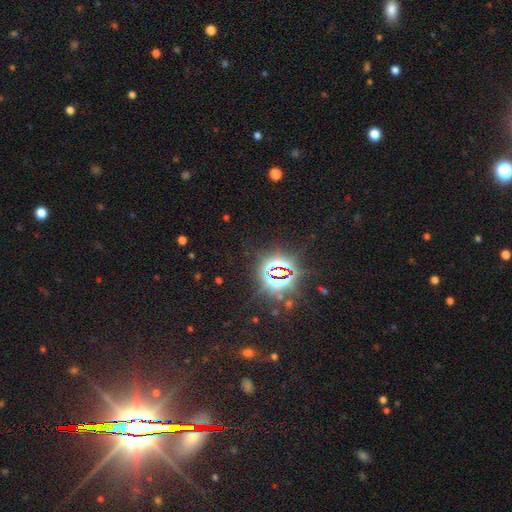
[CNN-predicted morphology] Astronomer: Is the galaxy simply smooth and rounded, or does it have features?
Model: star or artifact — 85%.